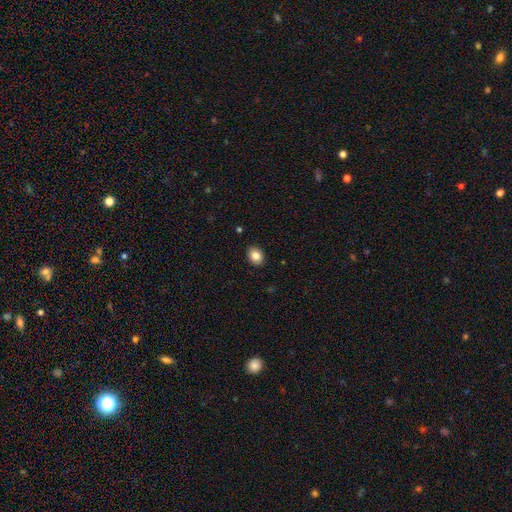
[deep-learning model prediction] This is clearly a smooth galaxy (84%). How rounded: possibly in between (58%). Merging: clearly none (90%).